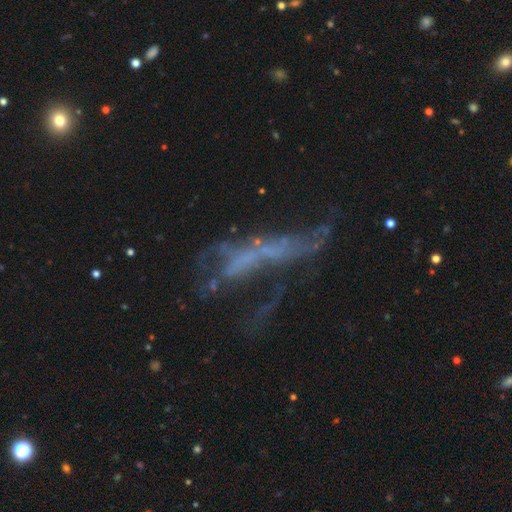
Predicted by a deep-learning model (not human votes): Smooth or featured? featured or disk (56%)
Edge-on disk? no (78%)
Merging? major disturbance (43%)